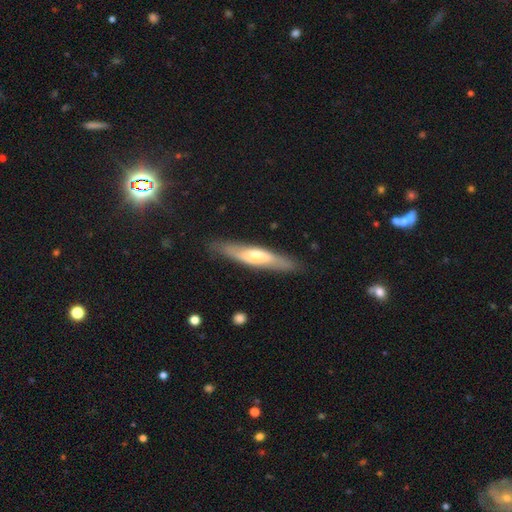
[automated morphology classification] The model was most divided on "smooth or featured": featured or disk: 51%, smooth: 43%, star or artifact: 7%. More confident: merging — none (84%); edge-on disk — yes (73%).